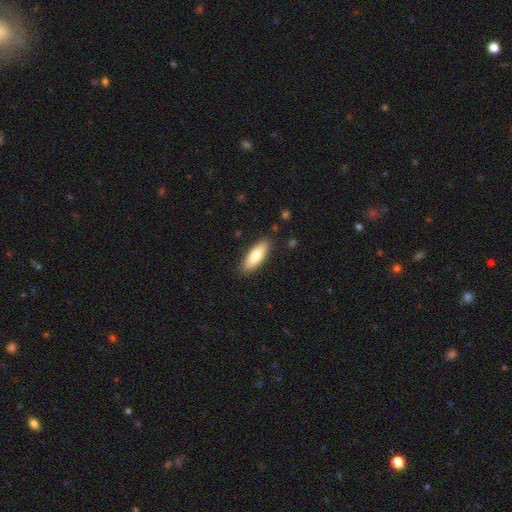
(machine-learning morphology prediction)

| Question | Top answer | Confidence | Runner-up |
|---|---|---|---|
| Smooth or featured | smooth | 76% | featured or disk (19%) |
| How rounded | in between | 63% | cigar-shaped (35%) |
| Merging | none | 88% | minor disturbance (9%) |